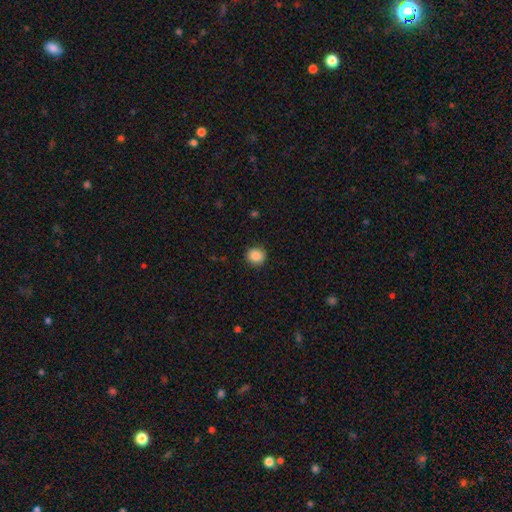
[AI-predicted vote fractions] A smooth galaxy with no disk features (88%) that is round (86%).

Vote fractions:
- Smooth or featured? smooth: 88% / star or artifact: 9% / featured or disk: 3%
- How rounded? round: 86% / in between: 13% / cigar-shaped: 1%
- Merging? none: 88% / minor disturbance: 9% / major disturbance: 2% / merger: 1%